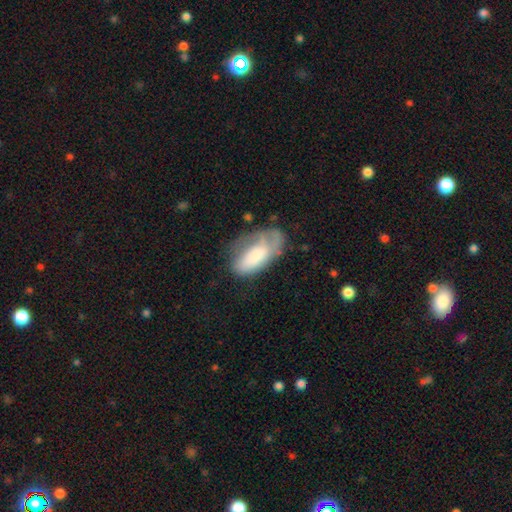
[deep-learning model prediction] Smooth or featured? Predicted: smooth (p=0.60). How rounded? Predicted: in between (p=0.90). Merging? Predicted: none (p=0.38).